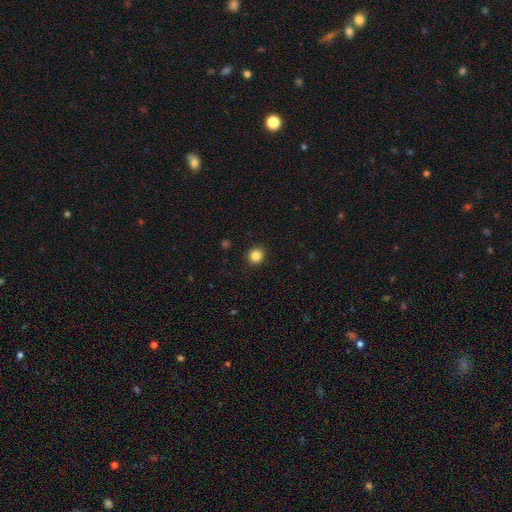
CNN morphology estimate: Overall: smooth (84%). How rounded: round (90%). Merging: none (92%).